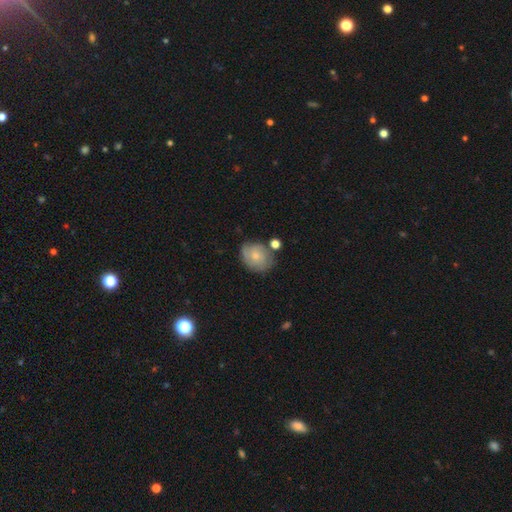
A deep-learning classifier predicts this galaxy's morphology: Smooth or featured? Predicted: smooth (p=0.59). How rounded? Predicted: round (p=0.56). Merging? Predicted: none (p=0.59).